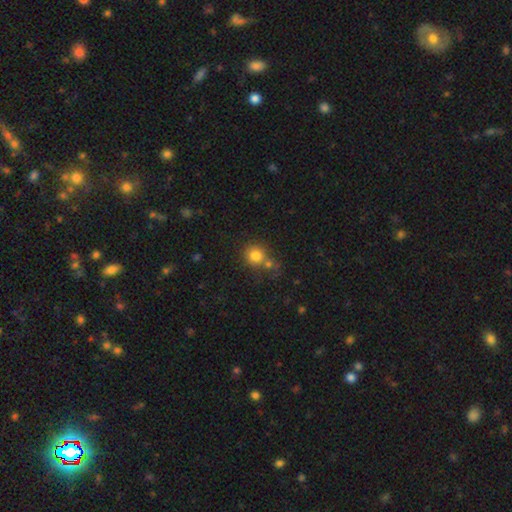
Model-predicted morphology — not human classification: A smooth galaxy with no disk features (80%) that is round (86%).

Vote fractions:
- Smooth or featured? smooth: 80% / star or artifact: 12% / featured or disk: 8%
- How rounded? round: 86% / in between: 13% / cigar-shaped: 1%
- Merging? none: 54% / merger: 30% / minor disturbance: 11% / major disturbance: 5%